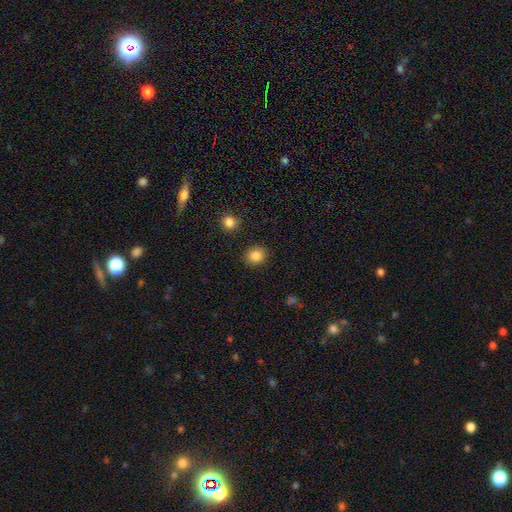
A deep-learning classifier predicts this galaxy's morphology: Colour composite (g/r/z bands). It shows a smooth galaxy with no disk features (85%) that is round (81%). Merging: none (90%).